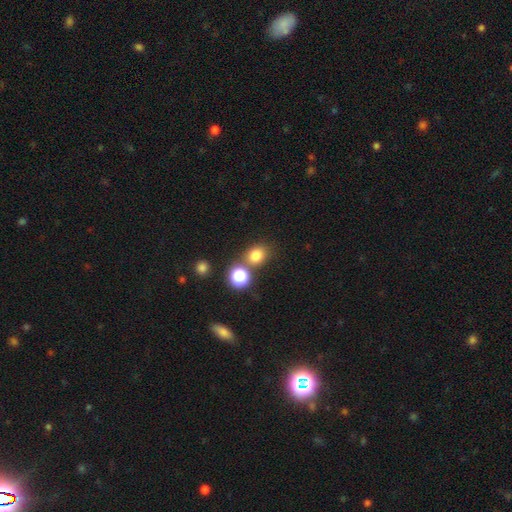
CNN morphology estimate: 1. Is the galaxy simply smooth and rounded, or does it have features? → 78% smooth, 16% star or artifact, 6% featured or disk.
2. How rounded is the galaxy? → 65% round, 34% in between, 1% cigar-shaped.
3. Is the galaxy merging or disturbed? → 69% none, 18% merger, 10% minor disturbance, 4% major disturbance.